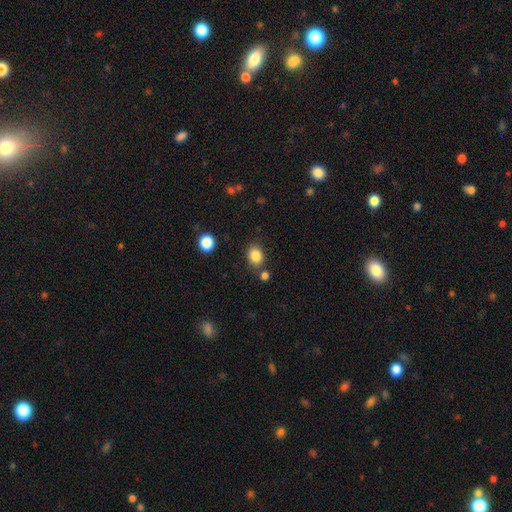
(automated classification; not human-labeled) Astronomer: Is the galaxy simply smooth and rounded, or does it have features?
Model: smooth — 85%.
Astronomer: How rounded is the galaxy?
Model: round — 50% (runner-up: in between, 49%).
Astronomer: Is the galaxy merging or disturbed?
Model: none — 78%.